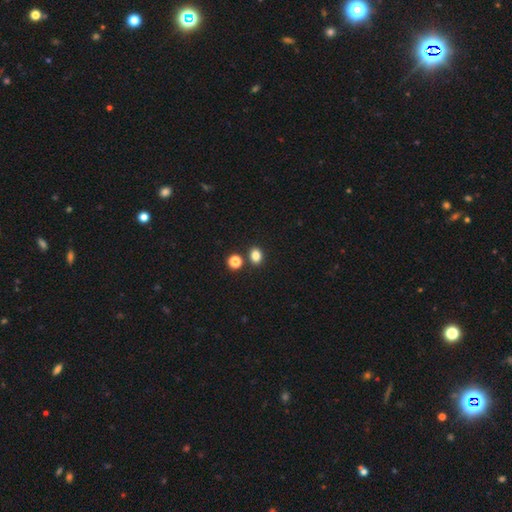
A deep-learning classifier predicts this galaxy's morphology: Smooth or featured?
  - smooth: 83% *
  - star or artifact: 12%
  - featured or disk: 4%
How rounded?
  - in between: 56% *
  - round: 43%
  - cigar-shaped: 1%
Merging?
  - none: 79% *
  - merger: 10%
  - minor disturbance: 8%
  - major disturbance: 2%